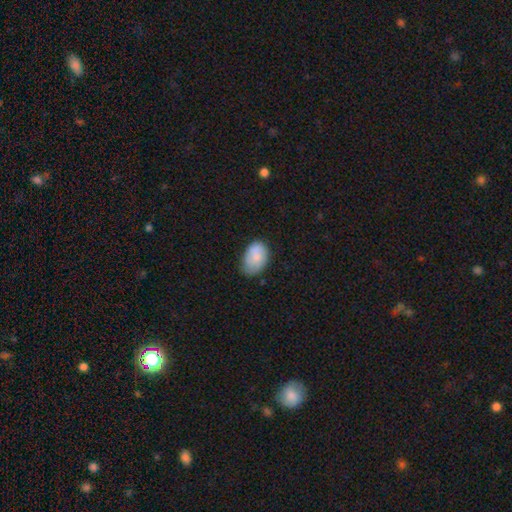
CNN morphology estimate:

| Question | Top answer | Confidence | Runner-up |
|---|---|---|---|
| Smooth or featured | smooth | 84% | featured or disk (9%) |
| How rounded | in between | 86% | round (13%) |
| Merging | none | 53% | minor disturbance (37%) |